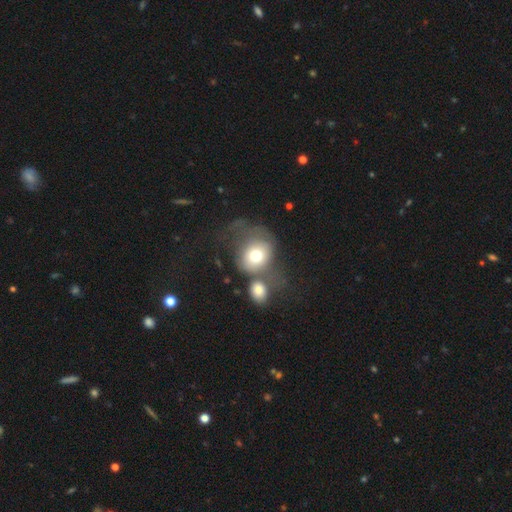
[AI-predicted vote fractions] Smooth or featured?
  - smooth: 66% *
  - featured or disk: 25%
  - star or artifact: 9%
How rounded?
  - round: 67% *
  - in between: 32%
  - cigar-shaped: 1%
Merging?
  - merger: 37% *
  - major disturbance: 28%
  - none: 22%
  - minor disturbance: 13%